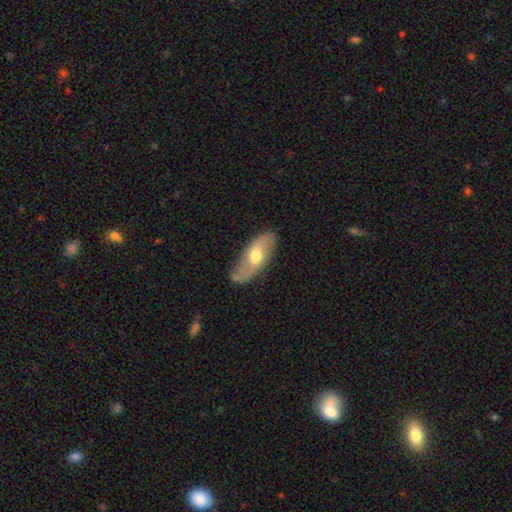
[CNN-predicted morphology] The model was most divided on "smooth or featured": featured or disk: 57%, smooth: 38%, star or artifact: 5%. More confident: edge-on disk — no (85%); merging — none (71%).